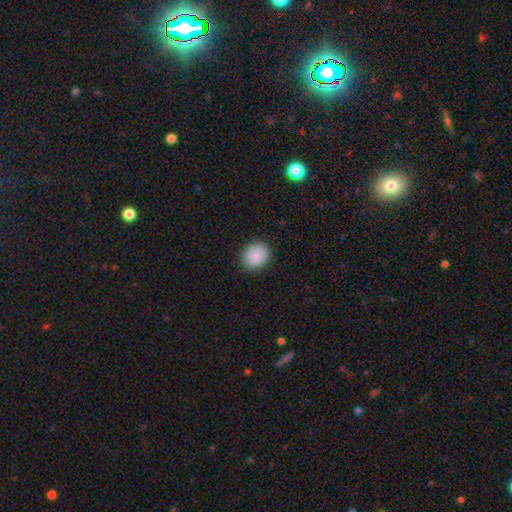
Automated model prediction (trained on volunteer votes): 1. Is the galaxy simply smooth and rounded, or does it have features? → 88% smooth, 8% star or artifact, 4% featured or disk.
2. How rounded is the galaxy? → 82% round, 17% in between, 1% cigar-shaped.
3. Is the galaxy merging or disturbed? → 89% none, 8% minor disturbance, 2% major disturbance, 1% merger.